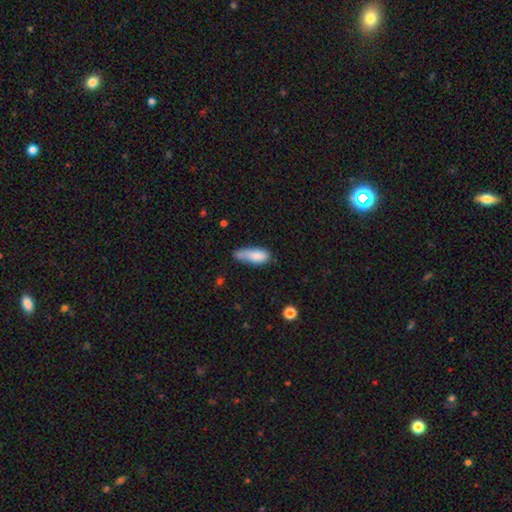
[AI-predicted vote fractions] smooth 82%, featured or disk 11%, star or artifact 7%. Down the decision tree: how rounded — in between (71%); merging — none (39%, tied with minor disturbance).